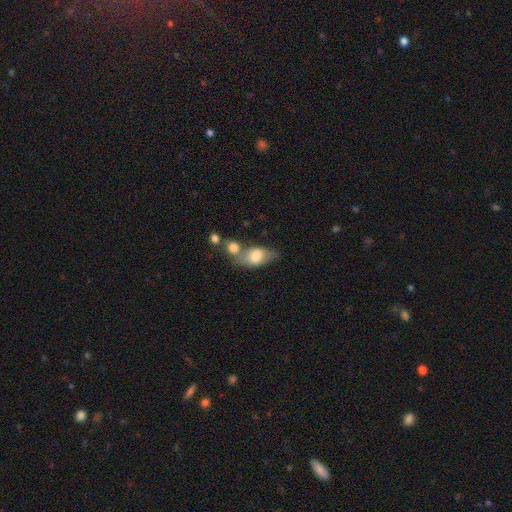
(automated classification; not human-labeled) A smooth galaxy with no disk features (70%) that is in between round and cigar-shaped (82%). Merging: merger (41%).